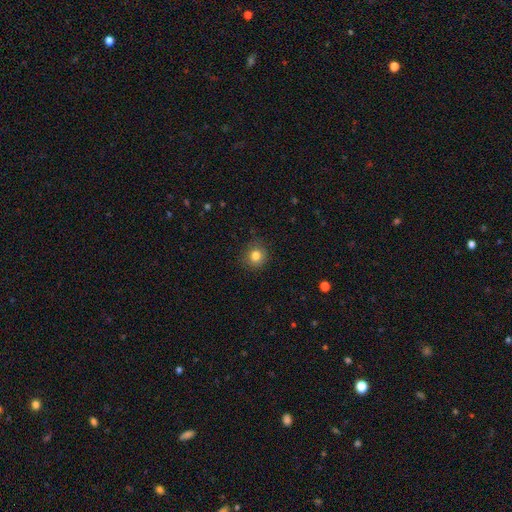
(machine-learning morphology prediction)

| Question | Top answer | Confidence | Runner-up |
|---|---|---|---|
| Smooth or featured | smooth | 82% | star or artifact (12%) |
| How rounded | round | 89% | in between (10%) |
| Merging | none | 87% | minor disturbance (10%) |